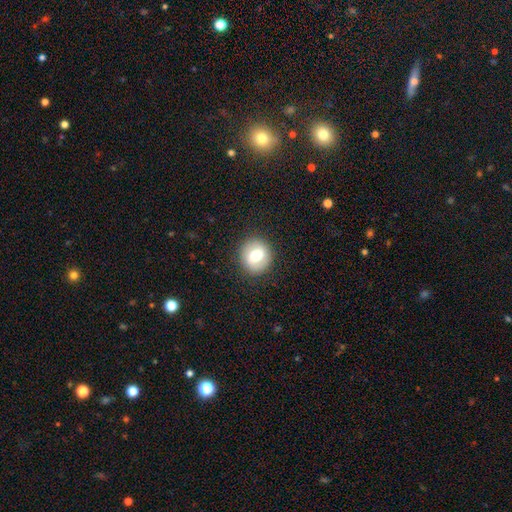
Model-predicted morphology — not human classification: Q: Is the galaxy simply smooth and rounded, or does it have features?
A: smooth — 63%.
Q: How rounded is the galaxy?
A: round — 84%.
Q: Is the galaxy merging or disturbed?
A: none — 87%.